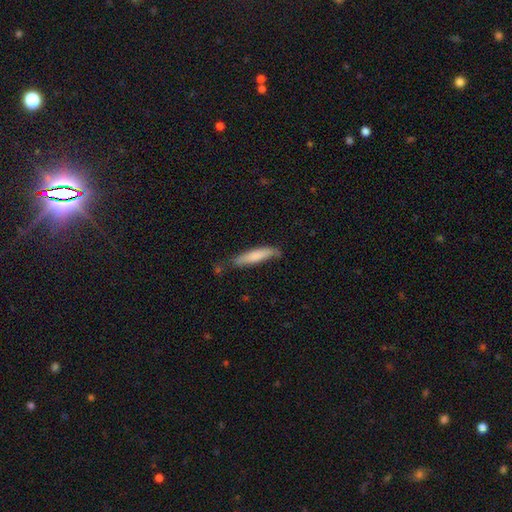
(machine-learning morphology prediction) smooth 77%, featured or disk 18%, star or artifact 5%. Down the decision tree: how rounded — cigar-shaped (83%); merging — none (66%).